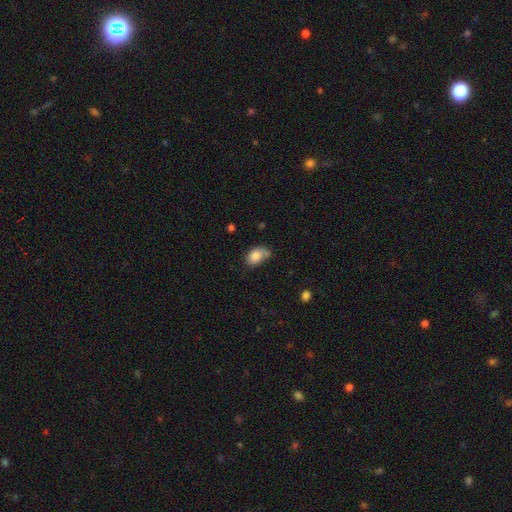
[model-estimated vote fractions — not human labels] A smooth galaxy with no disk features (82%) that is in between round and cigar-shaped (82%). Merging: none (48%).